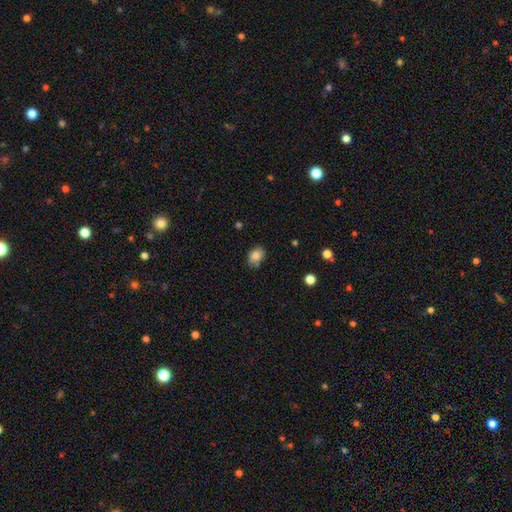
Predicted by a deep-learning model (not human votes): smooth 82%, star or artifact 10%, featured or disk 8%. Down the decision tree: how rounded — in between (61%); merging — none (64%).